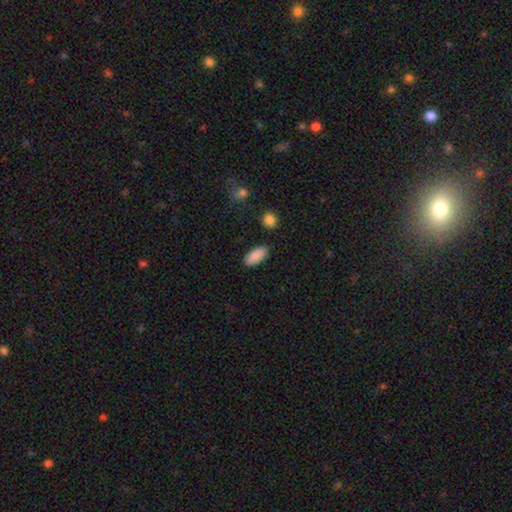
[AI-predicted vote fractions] Overall: smooth (90%). How rounded: in between (89%). Merging: none (87%).